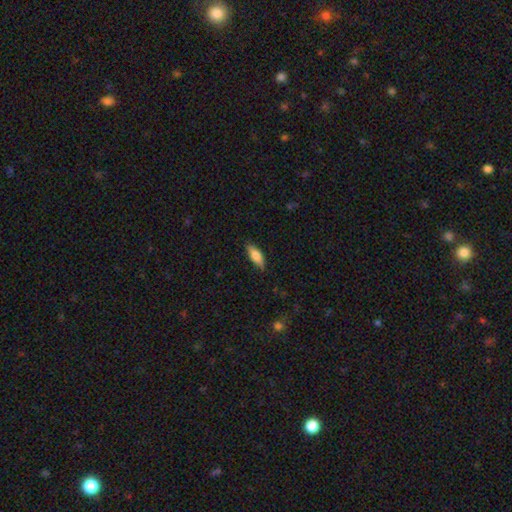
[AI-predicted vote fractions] Morphology: type=smooth (76%); roundness=in between (67%); merging=none (81%).